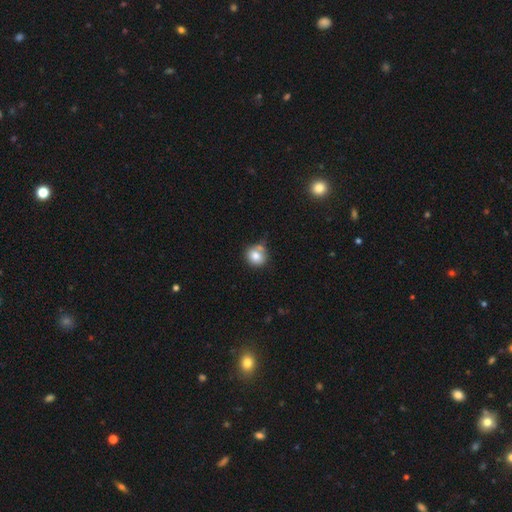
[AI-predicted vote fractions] Smooth or featured? Predicted: smooth (p=0.81). How rounded? Predicted: round (p=0.83). Merging? Predicted: none (p=0.59).